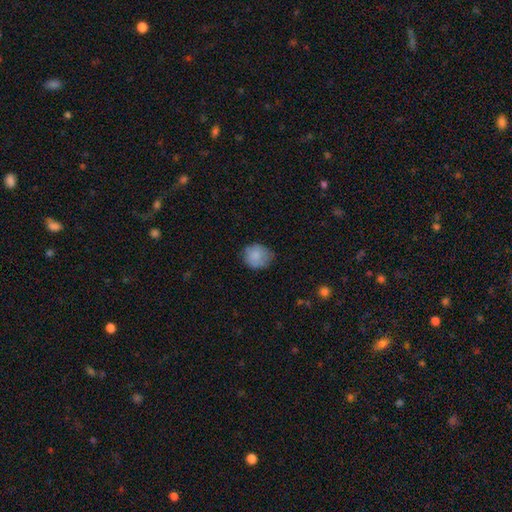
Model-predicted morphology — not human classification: Overall: smooth (83%). How rounded: round (77%). Merging: none (69%).